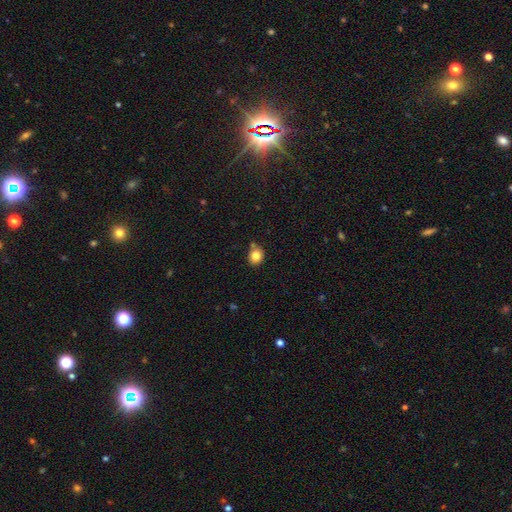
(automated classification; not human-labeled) This appears to be a smooth galaxy with no disk features (83%) that is round (72%). Merging: none (73%).